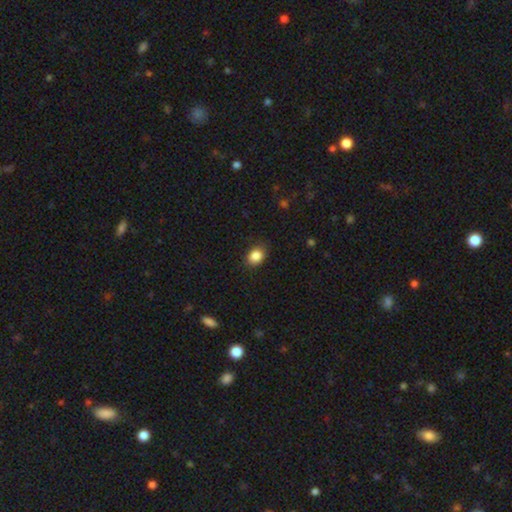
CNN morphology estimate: smooth 87%, star or artifact 9%, featured or disk 4%. Down the decision tree: how rounded — in between (59%); merging — none (85%).